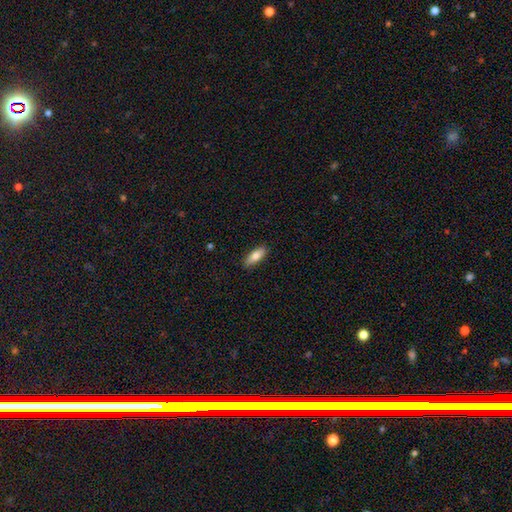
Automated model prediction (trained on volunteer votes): smooth 78%, featured or disk 16%, star or artifact 6%. Down the decision tree: how rounded — in between (66%); merging — none (88%).